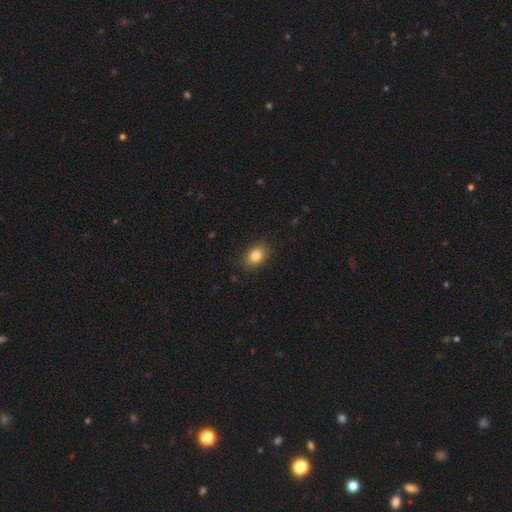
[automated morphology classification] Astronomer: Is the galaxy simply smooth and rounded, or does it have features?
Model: smooth — 83%.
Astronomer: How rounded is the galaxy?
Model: in between — 72%.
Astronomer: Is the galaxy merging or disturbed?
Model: none — 87%.